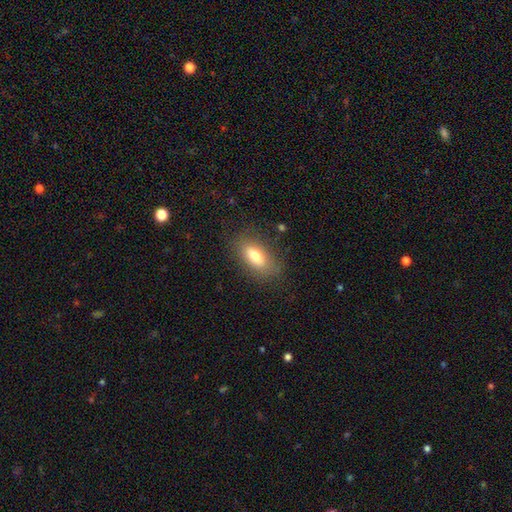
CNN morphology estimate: smooth_or_featured: smooth (p=0.74) [alt: featured or disk p=0.18]
how_rounded: in between (p=0.83) [alt: cigar-shaped p=0.12]
merging: none (p=0.81) [alt: minor disturbance p=0.13]